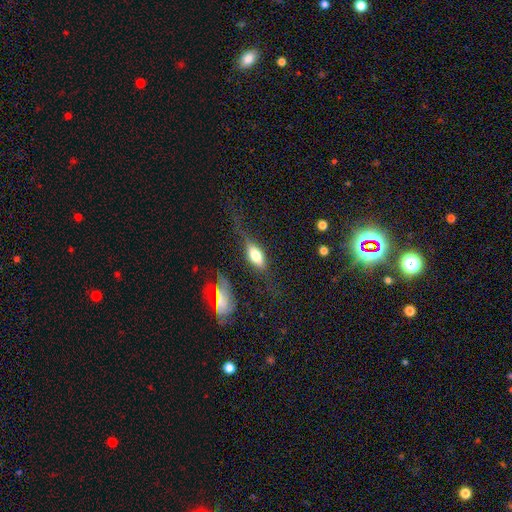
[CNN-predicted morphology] smooth-or-featured: smooth: 50% | featured or disk: 42% | star or artifact: 8%
  how-rounded: in between: 73% | cigar-shaped: 22% | round: 6%
  merging: none: 56% | minor disturbance: 21% | major disturbance: 17% | merger: 6%